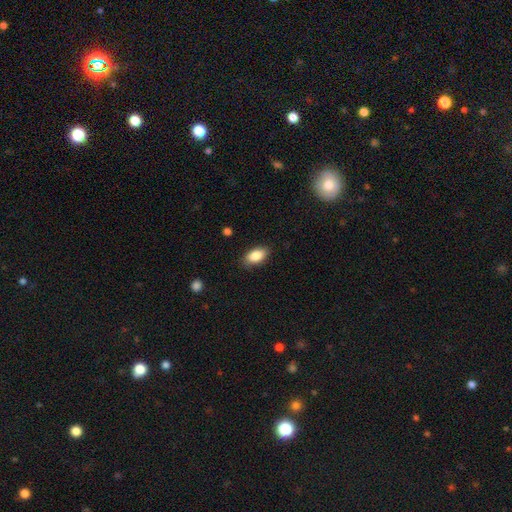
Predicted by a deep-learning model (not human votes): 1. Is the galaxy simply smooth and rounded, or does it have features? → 87% smooth, 7% star or artifact, 6% featured or disk.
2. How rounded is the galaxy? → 92% in between, 5% round, 3% cigar-shaped.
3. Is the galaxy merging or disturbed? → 85% none, 11% minor disturbance, 2% major disturbance, 1% merger.